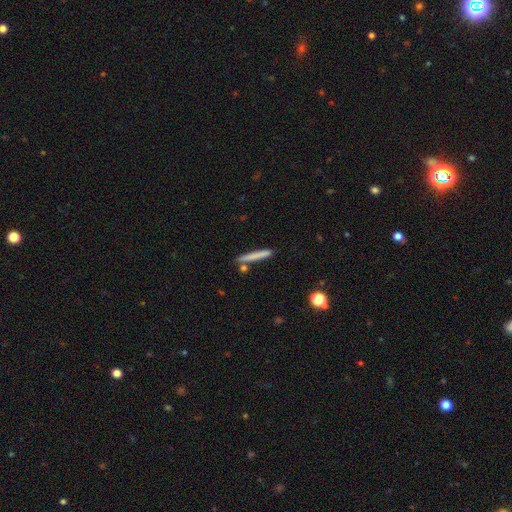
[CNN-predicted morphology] This is likely a smooth galaxy (72%). How rounded: clearly cigar-shaped (95%). Merging: clearly none (81%).